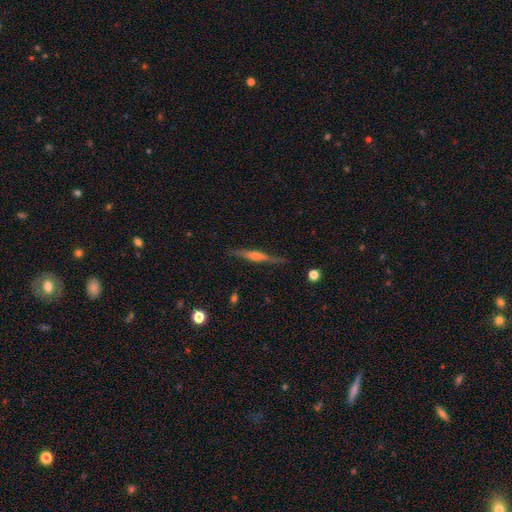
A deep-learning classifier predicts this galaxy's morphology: Smooth or featured? Predicted: featured or disk (p=0.79). Edge-on disk? Predicted: yes (p=0.98). Edge-on bulge? Predicted: rounded (p=0.75). Merging? Predicted: none (p=0.89).